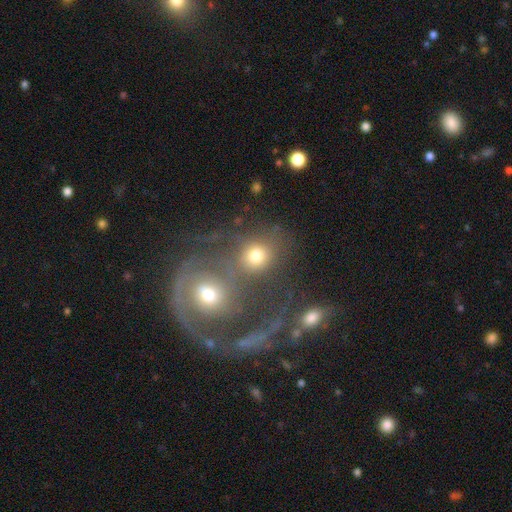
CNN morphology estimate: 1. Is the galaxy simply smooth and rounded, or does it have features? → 70% smooth, 15% featured or disk, 15% star or artifact.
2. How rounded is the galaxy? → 73% round, 25% in between, 1% cigar-shaped.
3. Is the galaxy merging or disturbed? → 45% merger, 38% none, 9% minor disturbance, 8% major disturbance.